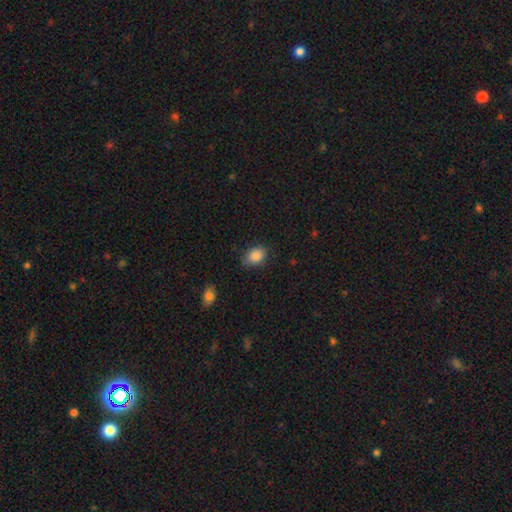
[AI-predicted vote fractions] Smooth or featured?
  - smooth: 87% *
  - star or artifact: 9%
  - featured or disk: 4%
How rounded?
  - in between: 67% *
  - round: 32%
  - cigar-shaped: 1%
Merging?
  - none: 75% *
  - minor disturbance: 19%
  - major disturbance: 4%
  - merger: 1%